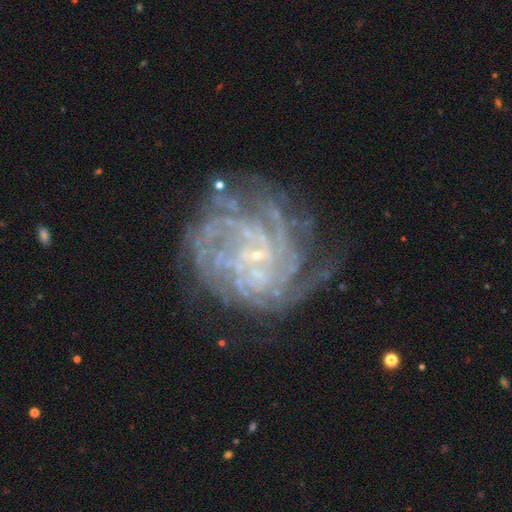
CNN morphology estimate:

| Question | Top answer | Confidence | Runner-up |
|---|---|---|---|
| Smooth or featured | featured or disk | 85% | star or artifact (8%) |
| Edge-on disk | no | 98% | yes (2%) |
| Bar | no | 64% | weak (28%) |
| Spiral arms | yes | 92% | no (8%) |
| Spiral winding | tight | 67% | medium (25%) |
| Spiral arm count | can't tell | 33% | more than 4 (20%) |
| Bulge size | small | 80% | none (13%) |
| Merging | none | 61% | minor disturbance (19%) |